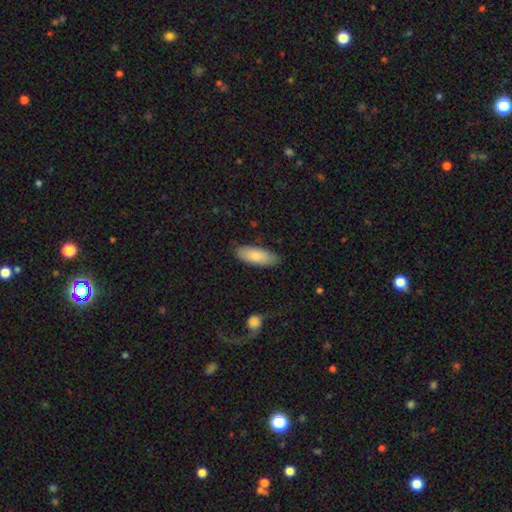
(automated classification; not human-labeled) The model was most divided on "how rounded": in between: 75%, cigar-shaped: 23%, round: 2%. More confident: merging — none (84%); smooth or featured — smooth (83%).